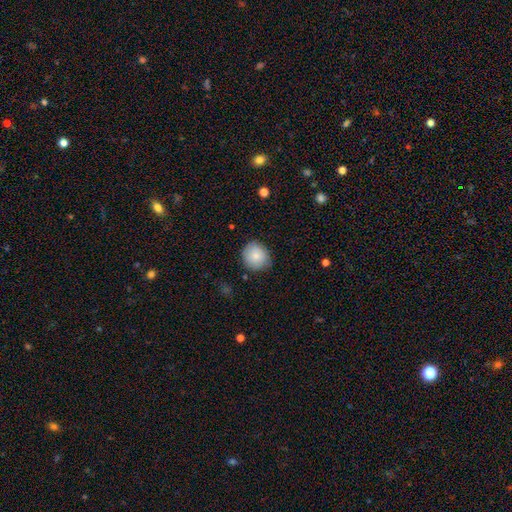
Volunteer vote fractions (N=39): Smooth or featured? 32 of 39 (82%) said smooth. How rounded? 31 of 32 (97%) said round. Merging? 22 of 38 (58%) said none.